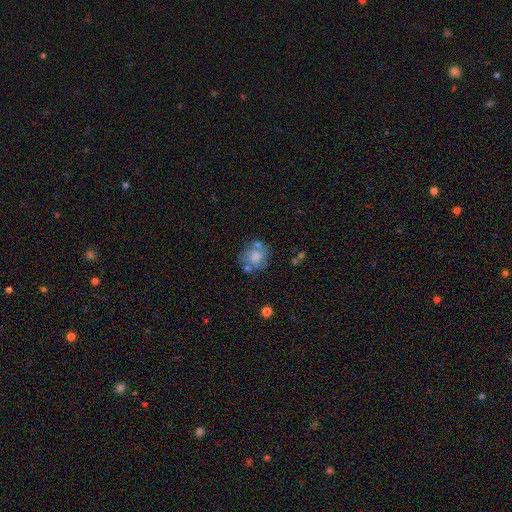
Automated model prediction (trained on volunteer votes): smooth 66%, featured or disk 25%, star or artifact 9%. Down the decision tree: how rounded — round (79%); merging — none (56%).